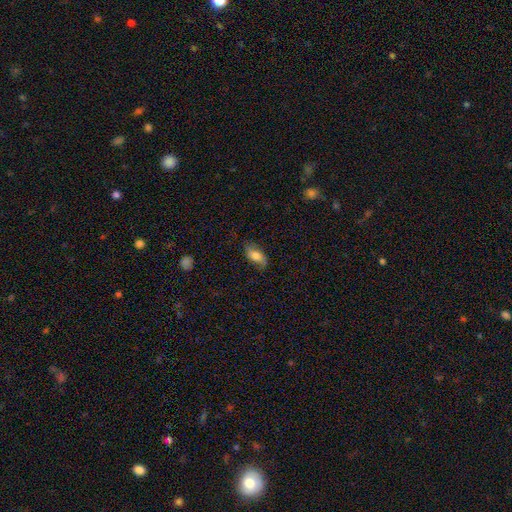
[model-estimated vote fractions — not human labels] smooth_or_featured: smooth (p=0.70) [alt: featured or disk p=0.23]
how_rounded: in between (p=0.88) [alt: cigar-shaped p=0.08]
merging: none (p=0.75) [alt: minor disturbance p=0.18]